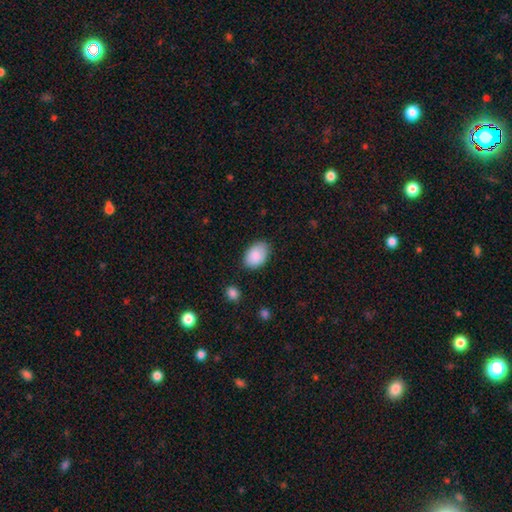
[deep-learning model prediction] smooth_or_featured: smooth (p=0.88) [alt: star or artifact p=0.06]
how_rounded: in between (p=0.88) [alt: round p=0.11]
merging: none (p=0.80) [alt: minor disturbance p=0.15]